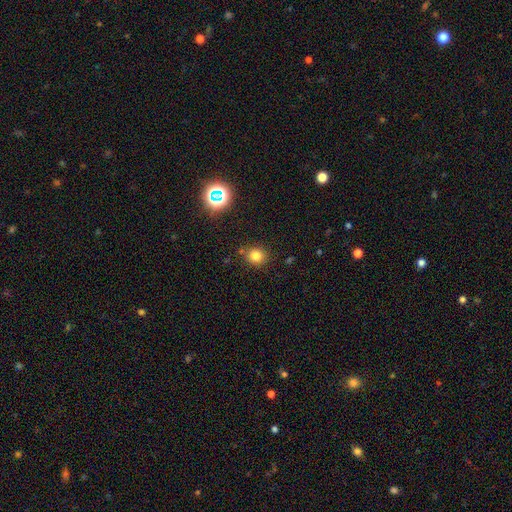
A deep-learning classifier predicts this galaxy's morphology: The model was most divided on "smooth or featured": smooth: 77%, star or artifact: 16%, featured or disk: 7%. More confident: how rounded — round (83%); merging — none (79%).